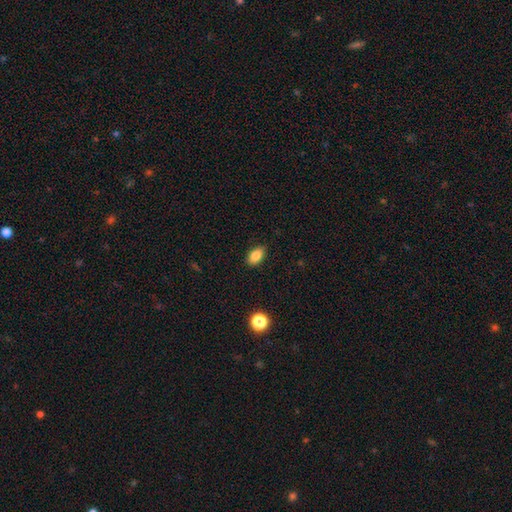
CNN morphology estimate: smooth 84%, star or artifact 9%, featured or disk 7%. Down the decision tree: how rounded — in between (89%); merging — none (86%).